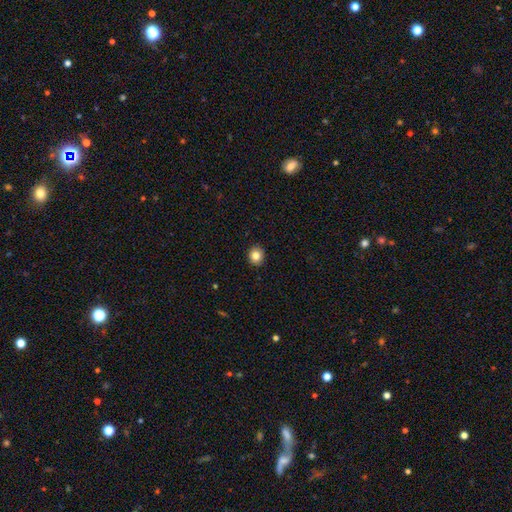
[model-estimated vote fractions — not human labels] This appears to be a smooth galaxy with no disk features (82%) that is round (81%). Merging: none (92%).